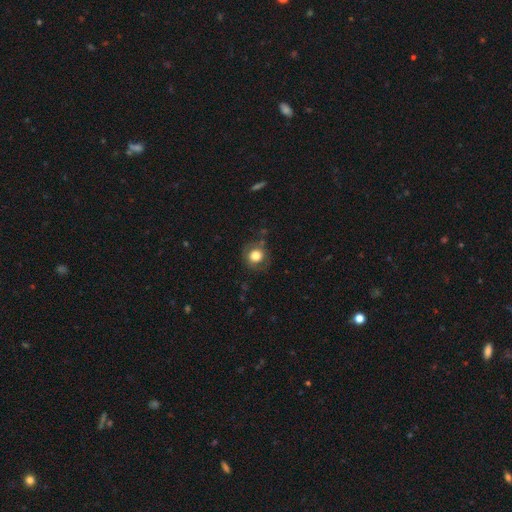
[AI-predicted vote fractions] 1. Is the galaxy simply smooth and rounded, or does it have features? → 77% smooth, 13% featured or disk, 10% star or artifact.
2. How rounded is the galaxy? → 84% round, 15% in between, 1% cigar-shaped.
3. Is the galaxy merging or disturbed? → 75% none, 17% minor disturbance, 7% major disturbance, 2% merger.